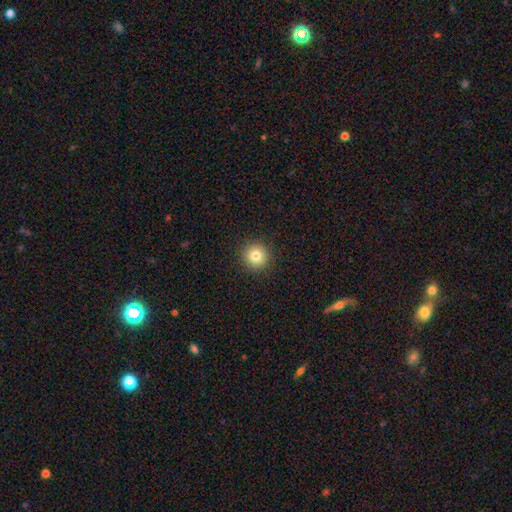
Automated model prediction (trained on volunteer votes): Smooth or featured?
  - smooth: 81% *
  - star or artifact: 11%
  - featured or disk: 8%
How rounded?
  - round: 94% *
  - in between: 5%
  - cigar-shaped: 1%
Merging?
  - none: 92% *
  - minor disturbance: 5%
  - major disturbance: 2%
  - merger: 1%